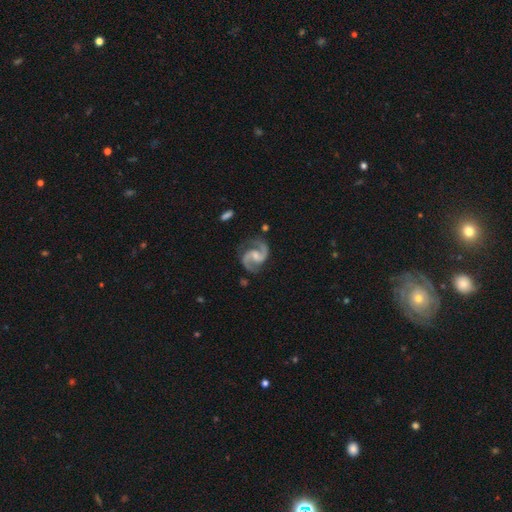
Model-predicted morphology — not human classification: A featured or disk galaxy (93%) with a weak bar (50%), 2 (94%) medium (65%) spiral arms (98%) and a small central bulge (38%).

Vote fractions:
- Smooth or featured? featured or disk: 93% / star or artifact: 4% / smooth: 3%
- Edge-on disk? no: 98% / yes: 2%
- Bar? weak: 50% / no: 34% / strong: 15%
- Spiral arms? yes: 98% / no: 2%
- Spiral winding? medium: 65% / loose: 21% / tight: 14%
- Spiral arm count? 2: 94% / can't tell: 1% / 1: 1% / 3: 1% / 4: 1% / more than 4: 1%
- Bulge size? small: 38% / moderate: 37% / none: 20% / large: 4% / dominant: 1%
- Merging? none: 78% / minor disturbance: 15% / major disturbance: 5% / merger: 2%